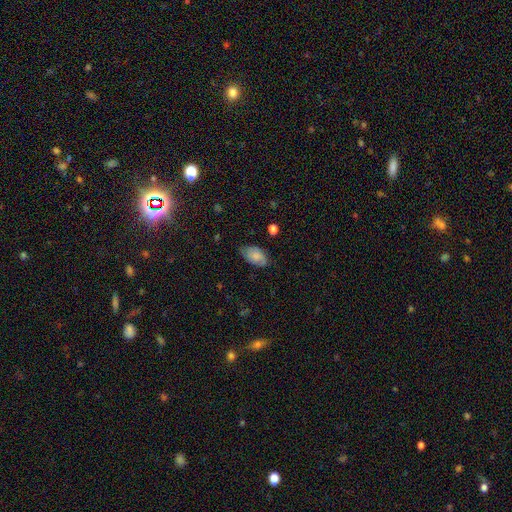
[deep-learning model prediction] This is likely a smooth galaxy (69%). How rounded: clearly in between (93%). Merging: likely none (69%).